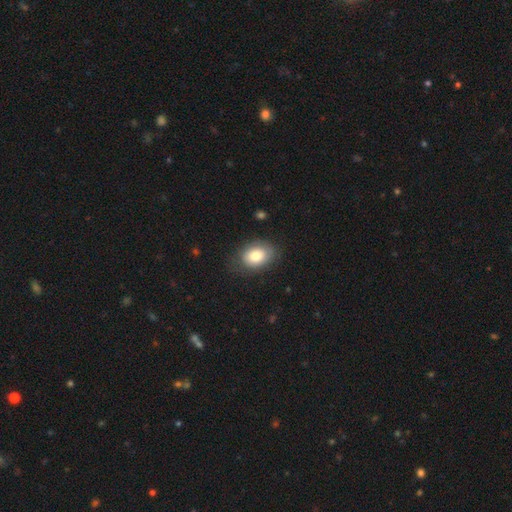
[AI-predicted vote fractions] smooth-or-featured: smooth: 79% | featured or disk: 14% | star or artifact: 7%
  how-rounded: in between: 76% | round: 23% | cigar-shaped: 1%
  merging: none: 74% | minor disturbance: 18% | major disturbance: 6% | merger: 1%